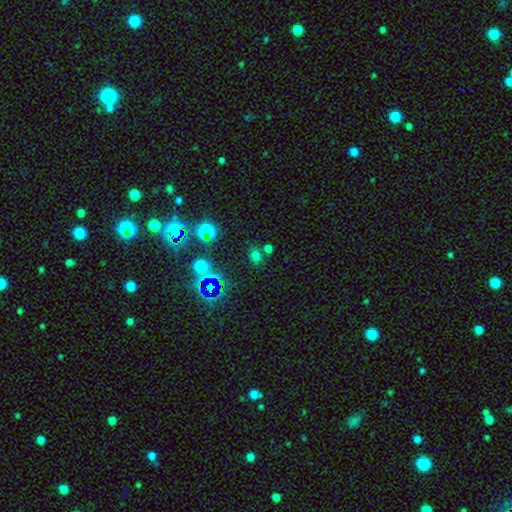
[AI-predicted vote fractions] The model was most divided on "how rounded": in between: 50%, round: 48%, cigar-shaped: 2%. More confident: merging — none (72%); smooth or featured — smooth (57%).